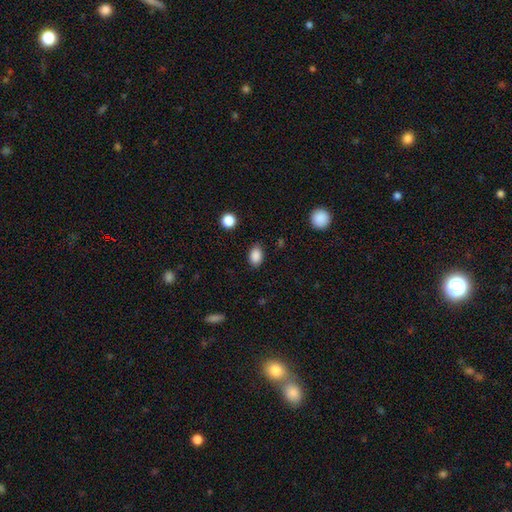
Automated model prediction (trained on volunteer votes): Smooth or featured? smooth (88%)
How rounded? in between (80%)
Merging? none (84%)